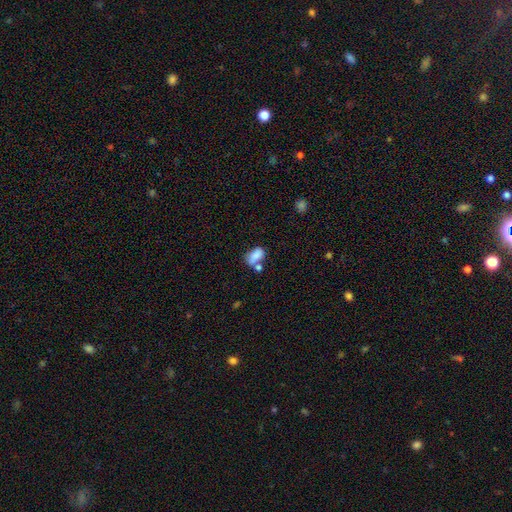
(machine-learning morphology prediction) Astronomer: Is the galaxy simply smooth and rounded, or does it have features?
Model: smooth — 80%.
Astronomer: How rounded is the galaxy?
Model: in between — 88%.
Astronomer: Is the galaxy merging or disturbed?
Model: merger — 37%, tied with none at 37%.